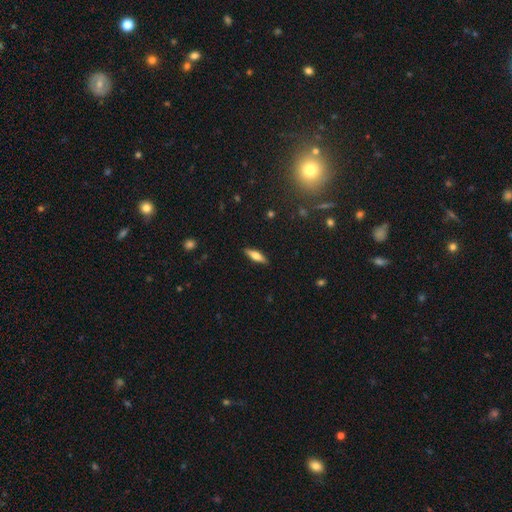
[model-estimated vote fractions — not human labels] Overall: smooth (55%; featured or disk 38%). How rounded: cigar-shaped (57%; in between 41%). Merging: none (89%).